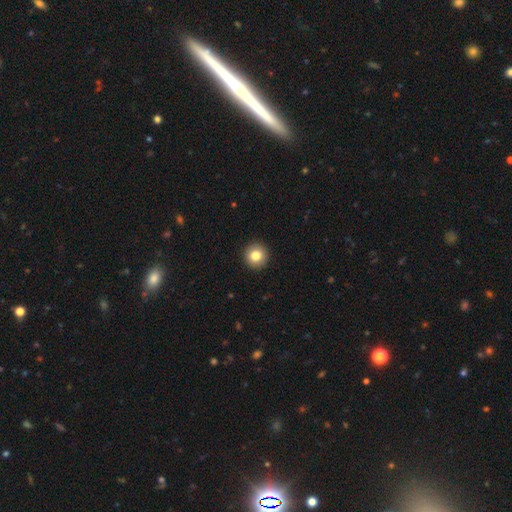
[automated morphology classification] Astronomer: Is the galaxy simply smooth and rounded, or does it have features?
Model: smooth — 82%.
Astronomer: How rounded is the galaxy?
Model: round — 95%.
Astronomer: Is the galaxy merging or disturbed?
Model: none — 94%.